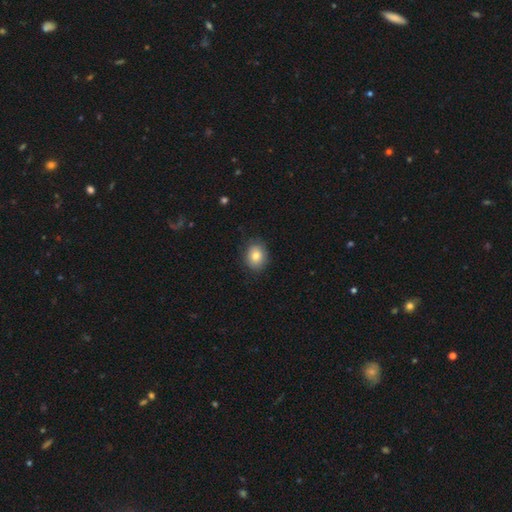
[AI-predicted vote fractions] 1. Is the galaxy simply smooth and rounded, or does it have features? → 82% smooth, 10% featured or disk, 8% star or artifact.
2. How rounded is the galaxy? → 53% round, 46% in between, 1% cigar-shaped.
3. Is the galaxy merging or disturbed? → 84% none, 12% minor disturbance, 3% major disturbance, 1% merger.